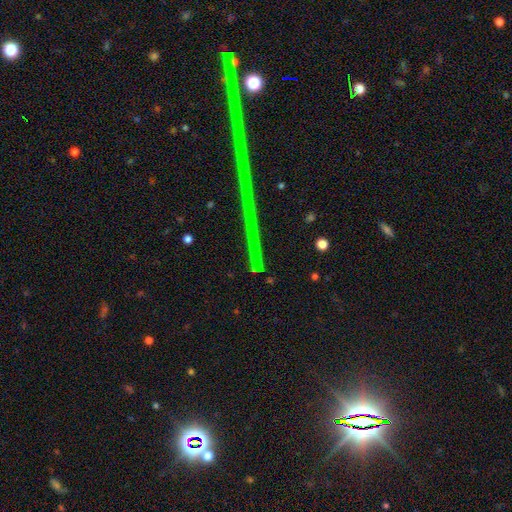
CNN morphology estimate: star or artifact 77%, featured or disk 14%, smooth 10%.